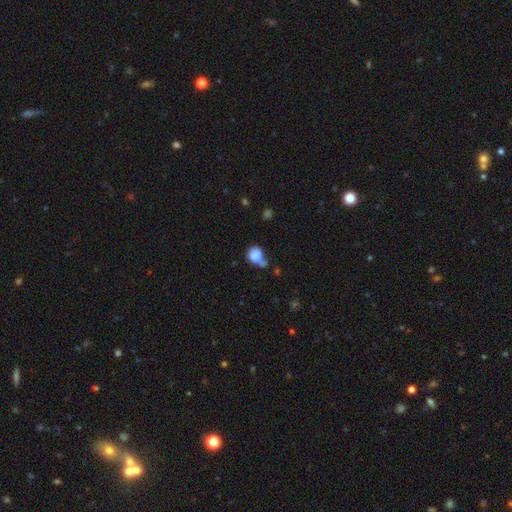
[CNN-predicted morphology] Smooth or featured: smooth — 81% (star or artifact — 10%)
How rounded: round — 70% (in between — 29%)
Merging: none — 33% (merger — 32%)